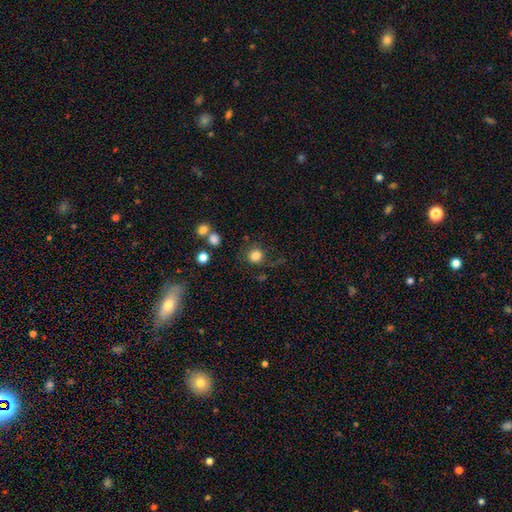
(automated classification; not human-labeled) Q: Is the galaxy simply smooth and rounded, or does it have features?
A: smooth — 82%.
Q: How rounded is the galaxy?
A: round — 89%.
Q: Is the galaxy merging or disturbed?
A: none — 73%.